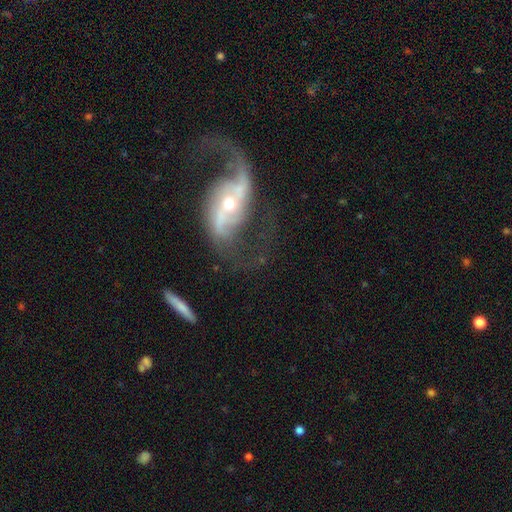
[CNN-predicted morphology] This is clearly a featured or disk galaxy (89%). It is clearly not viewed edge-on (96%). Bar: marginally strong (36%). Spiral arm pattern: clearly yes (95%). Spiral arm count: clearly 2 (90%). Spiral winding: likely loose (68%). Central bulge: possibly small (51%). Merging: possibly none (59%).